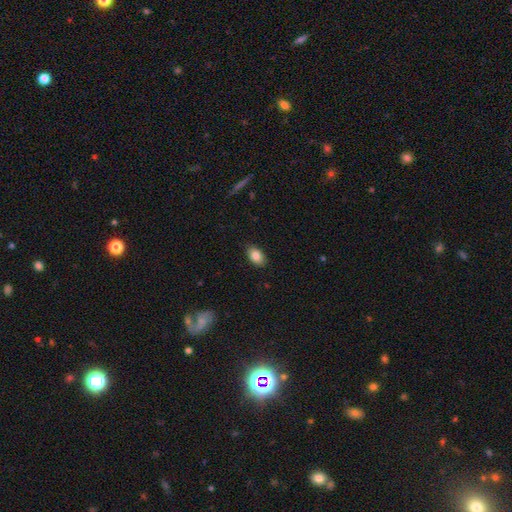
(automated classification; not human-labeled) Overall: smooth (85%). How rounded: in between (90%). Merging: none (86%).